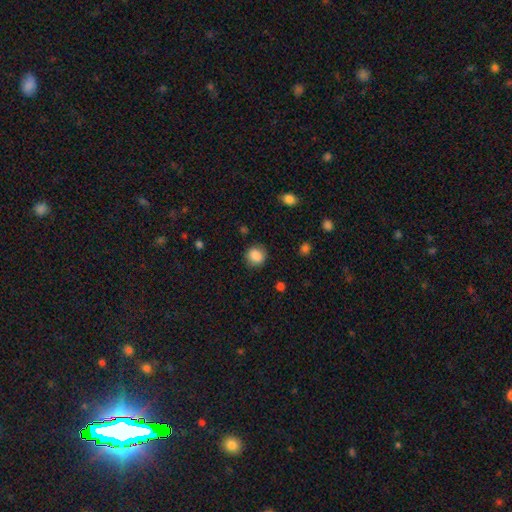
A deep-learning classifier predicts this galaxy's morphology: A smooth galaxy with no disk features (87%) that is round (81%). Merging: none (84%).